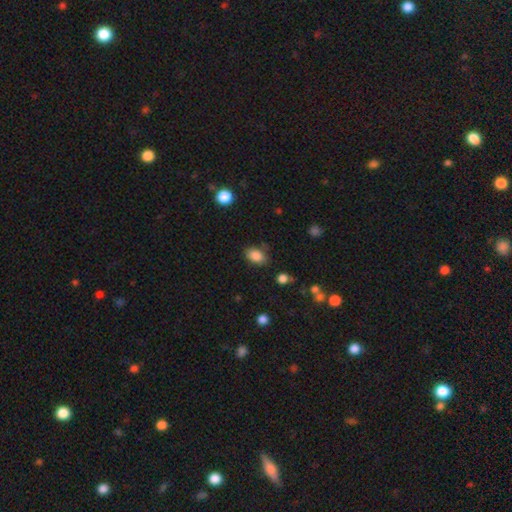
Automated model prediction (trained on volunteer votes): This appears to be a smooth galaxy with no disk features (86%) that is in between round and cigar-shaped (83%). Merging: none (79%).